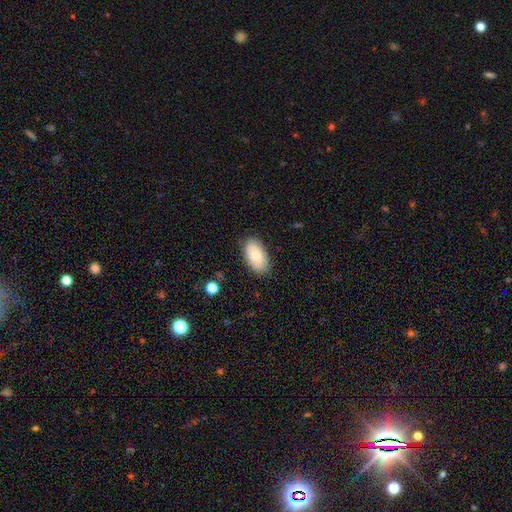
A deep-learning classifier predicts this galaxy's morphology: Smooth or featured: smooth — 77% (featured or disk — 17%)
How rounded: in between — 94% (round — 4%)
Merging: none — 82% (minor disturbance — 14%)